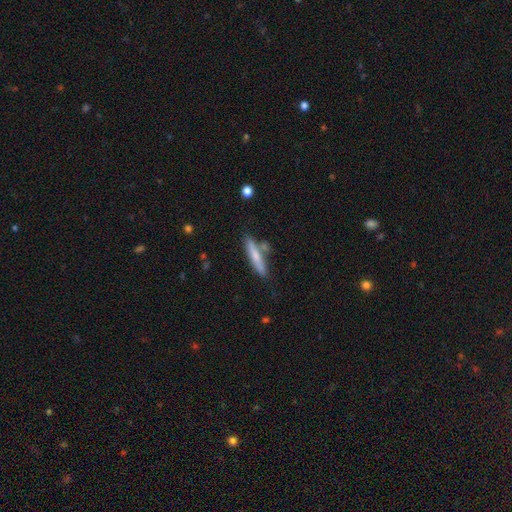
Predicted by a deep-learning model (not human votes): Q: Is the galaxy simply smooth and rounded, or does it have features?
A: smooth — 63%.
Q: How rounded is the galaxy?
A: cigar-shaped — 89%.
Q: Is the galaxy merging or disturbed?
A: none — 74%.